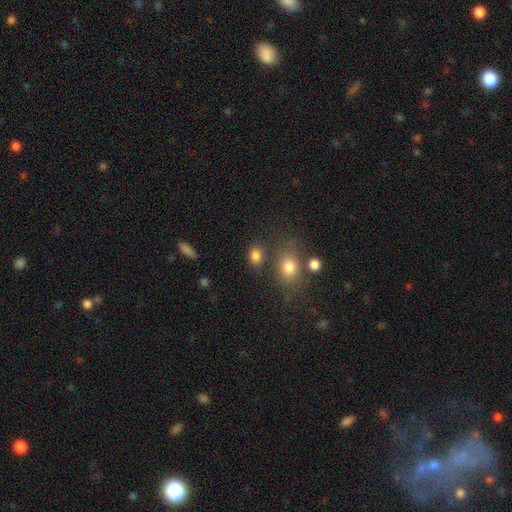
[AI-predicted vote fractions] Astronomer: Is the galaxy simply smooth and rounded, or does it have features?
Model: smooth — 82%.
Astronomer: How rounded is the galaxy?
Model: in between — 67%.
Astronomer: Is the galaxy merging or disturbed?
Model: none — 71%.